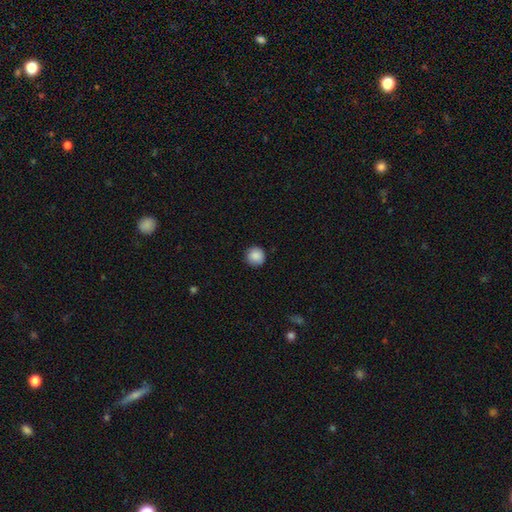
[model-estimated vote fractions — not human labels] The model was most divided on "merging": none: 88%, minor disturbance: 9%, major disturbance: 2%, merger: 1%. More confident: how rounded — round (94%); smooth or featured — smooth (88%).